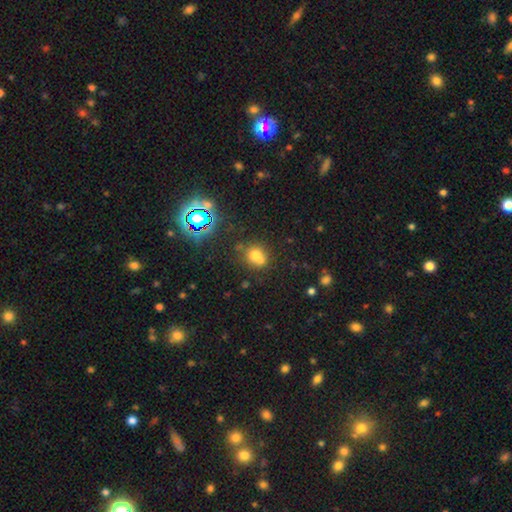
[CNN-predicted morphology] type=smooth (66%); roundness=round (64%); merging=none (46%).